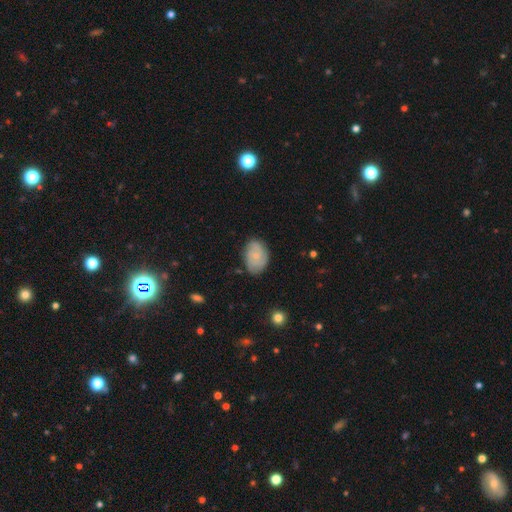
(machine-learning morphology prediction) smooth-or-featured: featured or disk: 54% | smooth: 39% | star or artifact: 7%
  disk-edge-on: no: 97% | yes: 3%
    bar: no: 73% | weak: 24% | strong: 3%
    has-spiral-arms: yes: 86% | no: 14%
    bulge-size: small: 69% | moderate: 19% | none: 10% | large: 1% | dominant: 1%
  merging: none: 76% | minor disturbance: 18% | major disturbance: 4% | merger: 2%